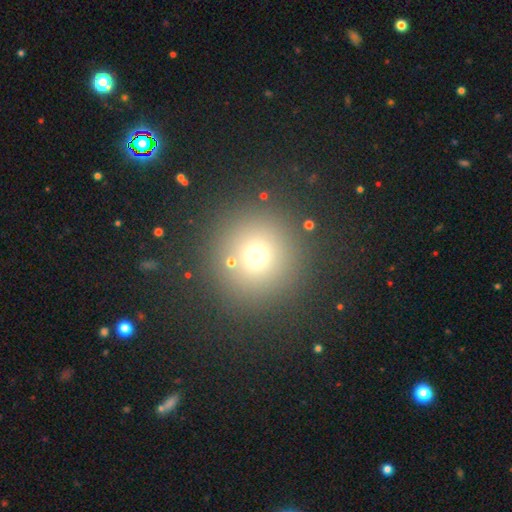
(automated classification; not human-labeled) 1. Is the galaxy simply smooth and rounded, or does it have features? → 68% smooth, 22% star or artifact, 9% featured or disk.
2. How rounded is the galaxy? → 95% round, 4% in between, 1% cigar-shaped.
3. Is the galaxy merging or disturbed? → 85% none, 6% minor disturbance, 5% merger, 4% major disturbance.